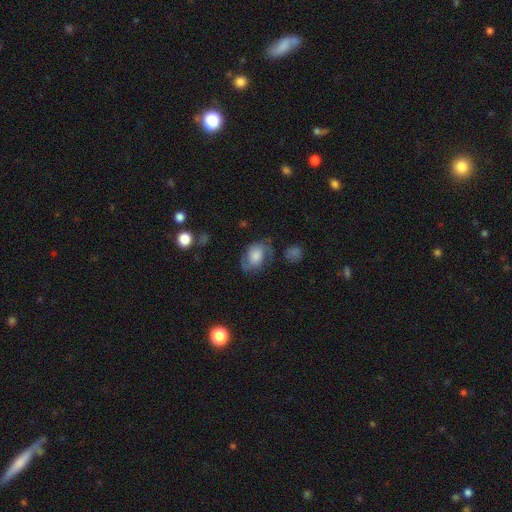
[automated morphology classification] A featured or disk galaxy (48%).

Vote fractions:
- Smooth or featured? featured or disk: 48% / smooth: 43% / star or artifact: 9%
- Merging? none: 56% / minor disturbance: 24% / major disturbance: 16% / merger: 3%